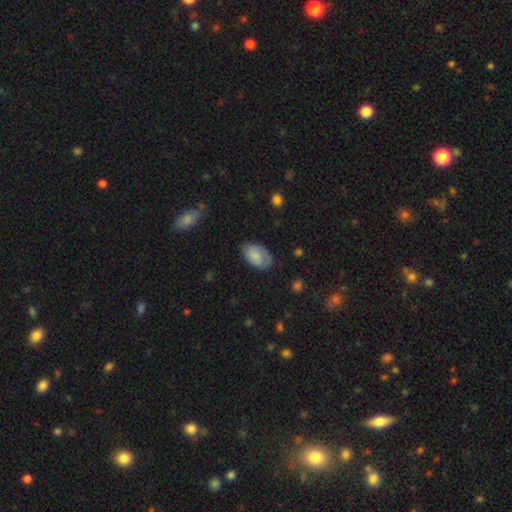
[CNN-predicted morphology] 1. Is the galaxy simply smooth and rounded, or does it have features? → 72% smooth, 21% featured or disk, 7% star or artifact.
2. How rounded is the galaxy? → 93% in between, 5% round, 1% cigar-shaped.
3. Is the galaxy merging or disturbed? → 70% none, 22% minor disturbance, 6% major disturbance, 1% merger.